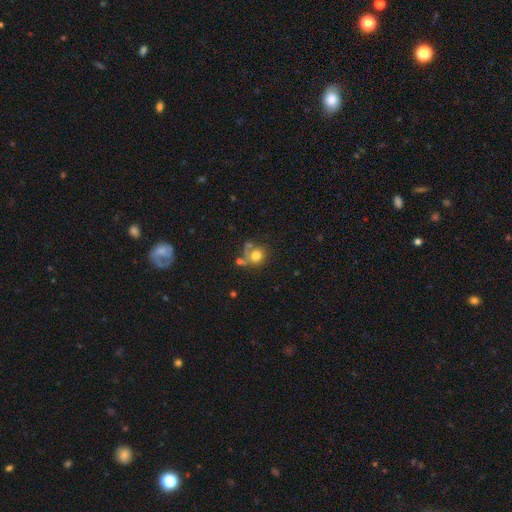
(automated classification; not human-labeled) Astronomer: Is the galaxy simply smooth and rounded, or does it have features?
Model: smooth — 73%.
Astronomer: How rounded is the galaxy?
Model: round — 76%.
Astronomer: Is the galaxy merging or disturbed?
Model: none — 46% (runner-up: merger, 25%).